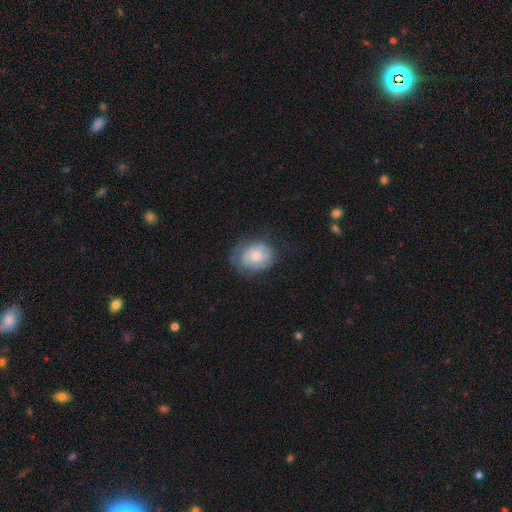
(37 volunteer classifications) This is likely a smooth galaxy (70%). How rounded: possibly round (54%). Merging: possibly none (54%).